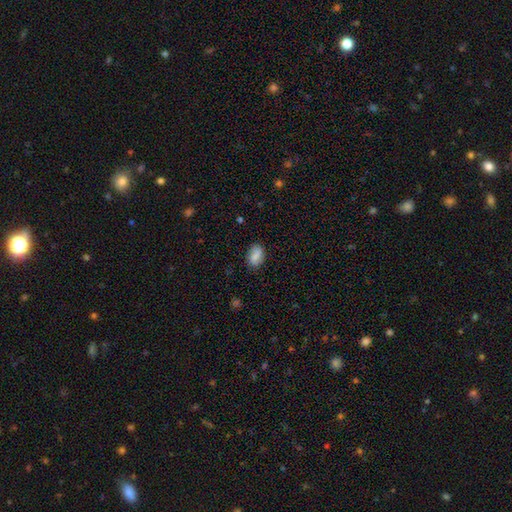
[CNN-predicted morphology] Smooth or featured? smooth (71%)
How rounded? in between (84%)
Merging? none (80%)